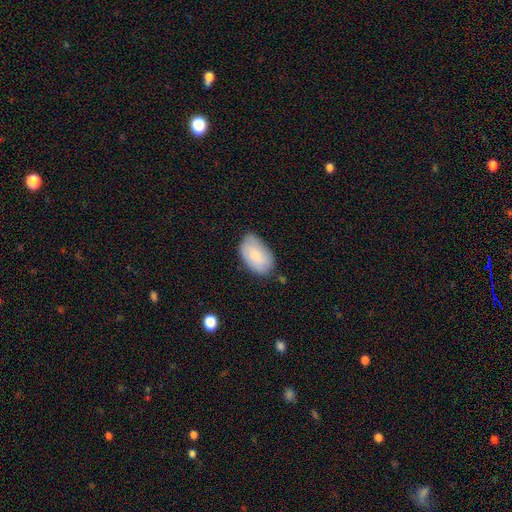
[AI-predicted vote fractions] A smooth galaxy with no disk features (83%) that is in between round and cigar-shaped (93%).

Vote fractions:
- Smooth or featured? smooth: 83% / featured or disk: 11% / star or artifact: 6%
- How rounded? in between: 93% / round: 5% / cigar-shaped: 1%
- Merging? none: 69% / minor disturbance: 24% / major disturbance: 4% / merger: 2%